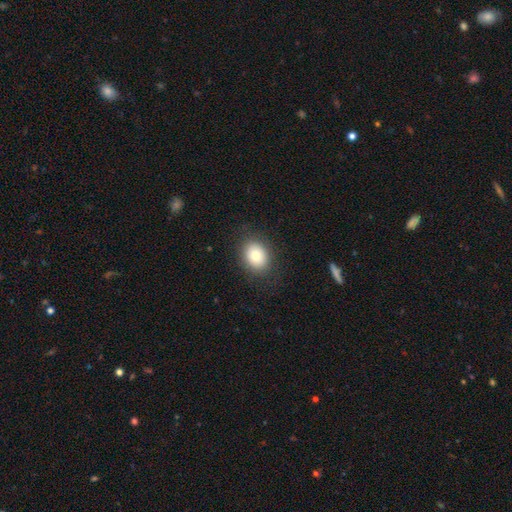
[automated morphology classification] A smooth galaxy with no disk features (78%) that is round (51%). Merging: none (85%).